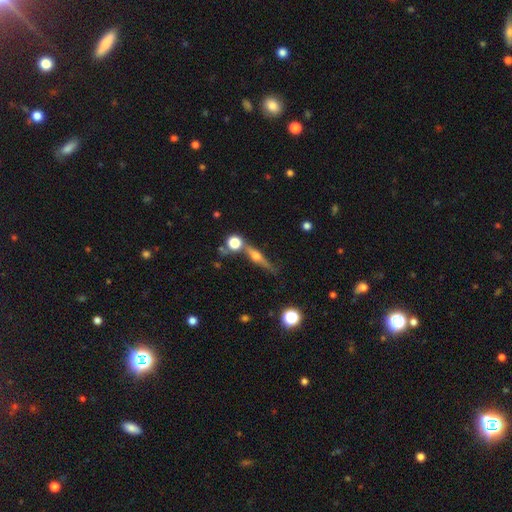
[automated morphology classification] This appears to be a featured or disk galaxy (67%) viewed edge-on (94%) with a rounded central bulge (92%). Merging: none (65%).